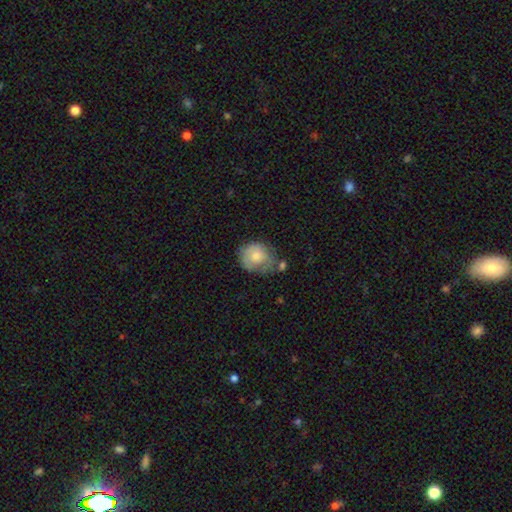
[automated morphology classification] Overall: smooth (71%). How rounded: round (68%; in between 31%). Merging: none (42%; minor disturbance 33%).